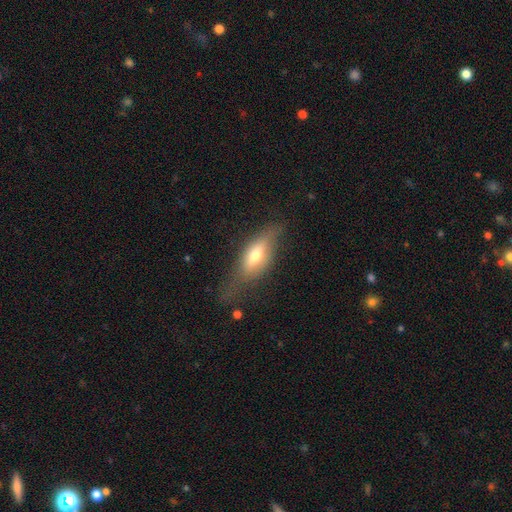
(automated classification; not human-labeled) Smooth or featured? Predicted: smooth (p=0.52). How rounded? Predicted: in between (p=0.66). Merging? Predicted: none (p=0.51).